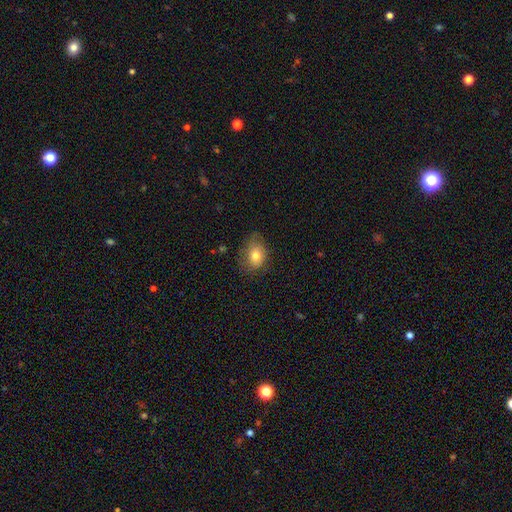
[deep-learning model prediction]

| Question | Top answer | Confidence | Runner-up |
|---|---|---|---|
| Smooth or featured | smooth | 75% | featured or disk (15%) |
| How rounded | in between | 64% | round (35%) |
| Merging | none | 64% | minor disturbance (26%) |